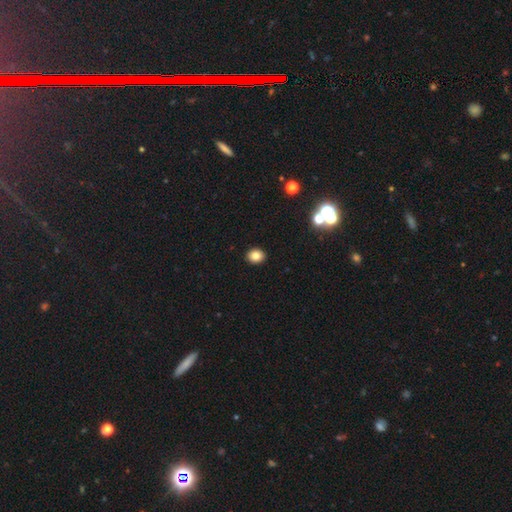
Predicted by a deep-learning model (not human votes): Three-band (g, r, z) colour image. It shows a smooth galaxy with no disk features (83%) that is round (66%). Merging: none (92%).